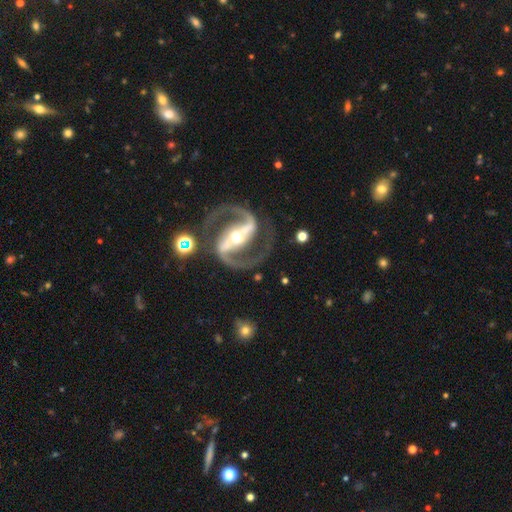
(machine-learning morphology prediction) featured or disk 94%, star or artifact 4%, smooth 2%. Down the decision tree: edge-on disk — no (97%); bar — strong (78%); spiral arms — yes (98%); spiral arm count — 2 (95%); spiral winding — medium (64%); bulge size — moderate (55%); merging — none (82%).